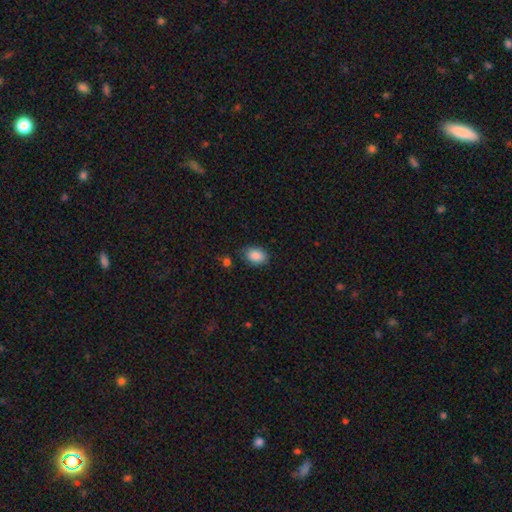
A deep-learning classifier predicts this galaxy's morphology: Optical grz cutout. It shows a smooth galaxy with no disk features (88%) that is in between round and cigar-shaped (80%). Merging: none (78%).